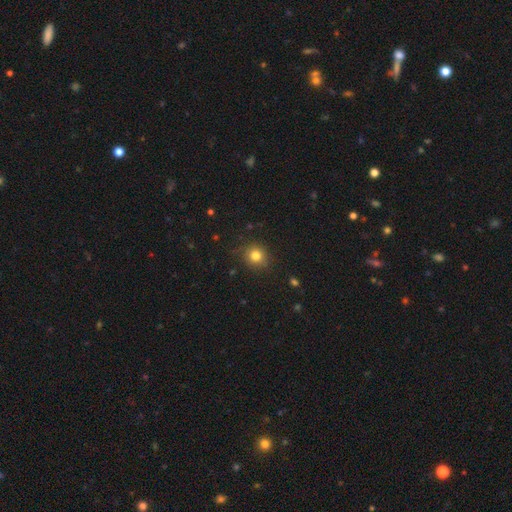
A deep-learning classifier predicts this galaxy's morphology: smooth-or-featured: smooth: 81% | star or artifact: 13% | featured or disk: 6%
  how-rounded: round: 86% | in between: 13% | cigar-shaped: 1%
  merging: none: 86% | minor disturbance: 10% | major disturbance: 3% | merger: 1%